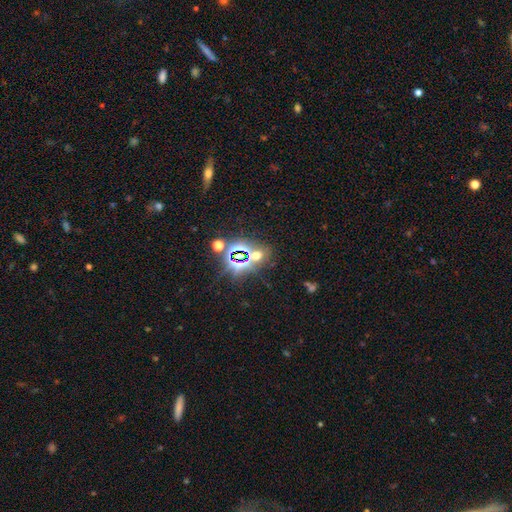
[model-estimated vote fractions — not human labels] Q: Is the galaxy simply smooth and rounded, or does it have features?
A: star or artifact — 57%.